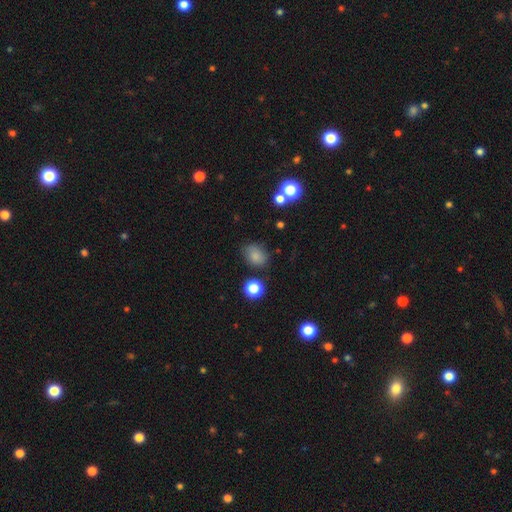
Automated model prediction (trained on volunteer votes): Smooth or featured?
  - smooth: 81% *
  - star or artifact: 13%
  - featured or disk: 7%
How rounded?
  - in between: 65% *
  - round: 34%
  - cigar-shaped: 1%
Merging?
  - none: 74% *
  - minor disturbance: 18%
  - major disturbance: 5%
  - merger: 4%